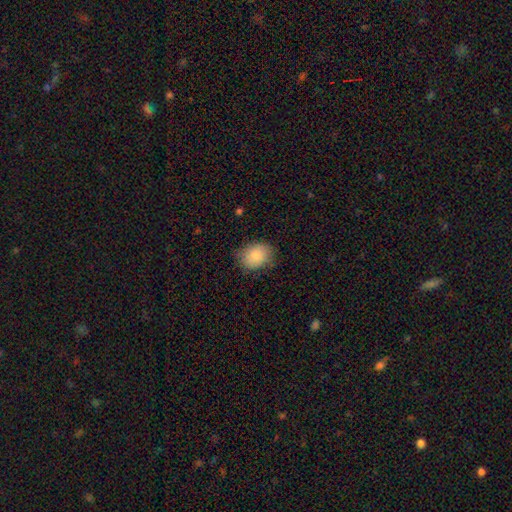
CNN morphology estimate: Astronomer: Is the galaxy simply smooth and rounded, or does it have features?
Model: smooth — 88%.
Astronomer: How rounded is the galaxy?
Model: in between — 58% (runner-up: round, 41%).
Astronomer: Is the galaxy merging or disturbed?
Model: none — 77%.